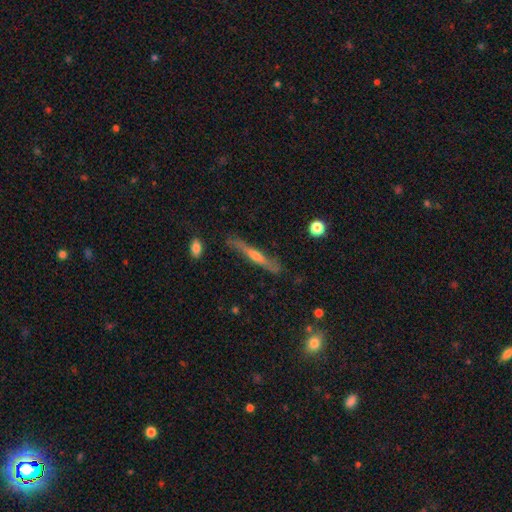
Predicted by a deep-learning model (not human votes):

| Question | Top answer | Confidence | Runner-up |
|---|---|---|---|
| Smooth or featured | featured or disk | 61% | smooth (32%) |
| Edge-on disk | yes | 92% | no (8%) |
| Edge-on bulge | rounded | 55% | none (29%) |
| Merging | none | 78% | minor disturbance (16%) |